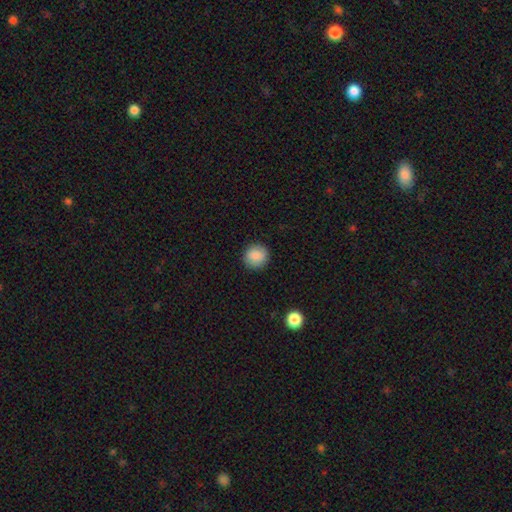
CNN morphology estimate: Smooth or featured: smooth — 88% (star or artifact — 8%)
How rounded: round — 91% (in between — 8%)
Merging: none — 90% (minor disturbance — 7%)